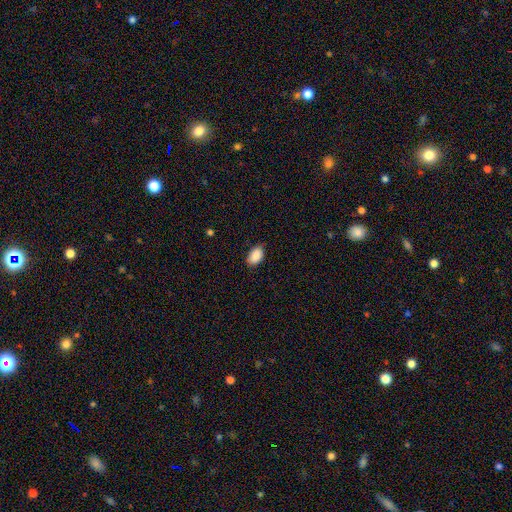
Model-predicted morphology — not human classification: Smooth or featured?
  - smooth: 89% *
  - star or artifact: 7%
  - featured or disk: 4%
How rounded?
  - in between: 92% *
  - round: 7%
  - cigar-shaped: 1%
Merging?
  - none: 83% *
  - minor disturbance: 14%
  - major disturbance: 2%
  - merger: 1%